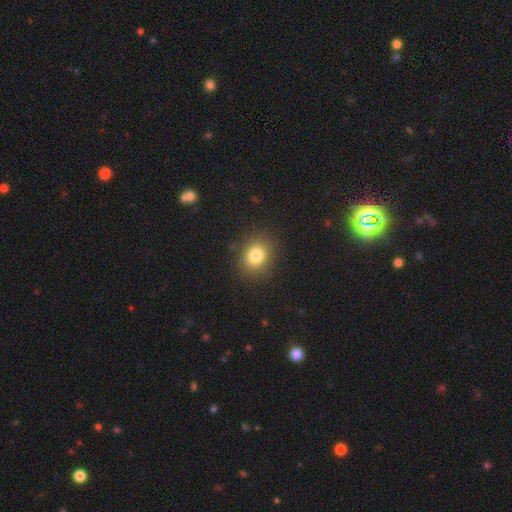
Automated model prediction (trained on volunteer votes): smooth_or_featured: smooth (p=0.81) [alt: star or artifact p=0.12]
how_rounded: round (p=0.60) [alt: in between p=0.39]
merging: none (p=0.87) [alt: minor disturbance p=0.09]